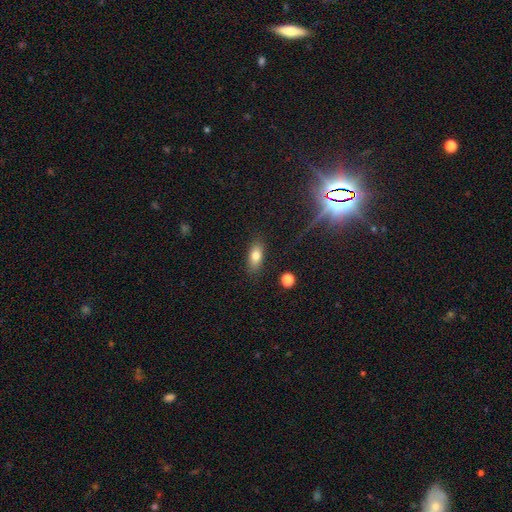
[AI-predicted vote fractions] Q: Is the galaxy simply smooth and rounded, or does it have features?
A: smooth — 79%.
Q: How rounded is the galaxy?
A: in between — 83%.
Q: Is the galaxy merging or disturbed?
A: none — 84%.